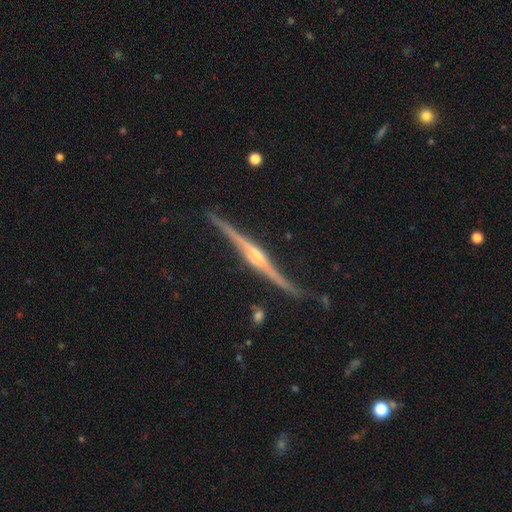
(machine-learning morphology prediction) Overall: featured or disk (90%). Edge-on disk: yes (98%). Edge-on bulge: rounded (88%). Merging: none (79%).